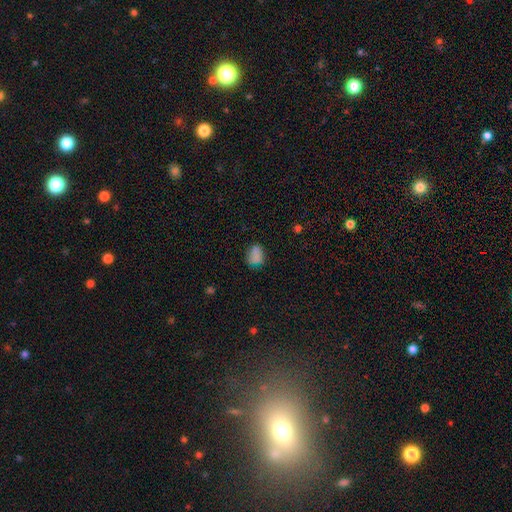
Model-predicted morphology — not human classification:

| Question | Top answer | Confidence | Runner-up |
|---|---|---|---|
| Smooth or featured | smooth | 80% | star or artifact (12%) |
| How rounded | in between | 70% | round (28%) |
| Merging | none | 67% | minor disturbance (24%) |